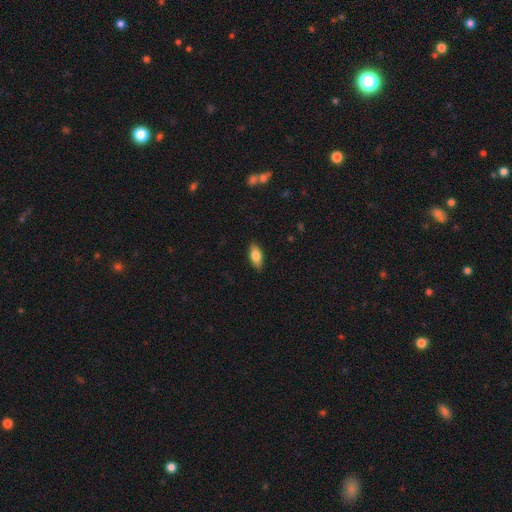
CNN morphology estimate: Smooth or featured? Predicted: smooth (p=0.76). How rounded? Predicted: in between (p=0.83). Merging? Predicted: none (p=0.88).